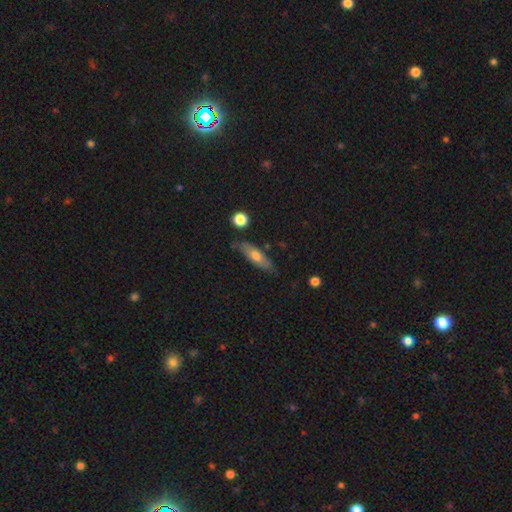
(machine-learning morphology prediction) smooth_or_featured: smooth (p=0.57) [alt: featured or disk p=0.37]
how_rounded: cigar-shaped (p=0.49) [alt: in between p=0.48]
merging: none (p=0.73) [alt: minor disturbance p=0.20]